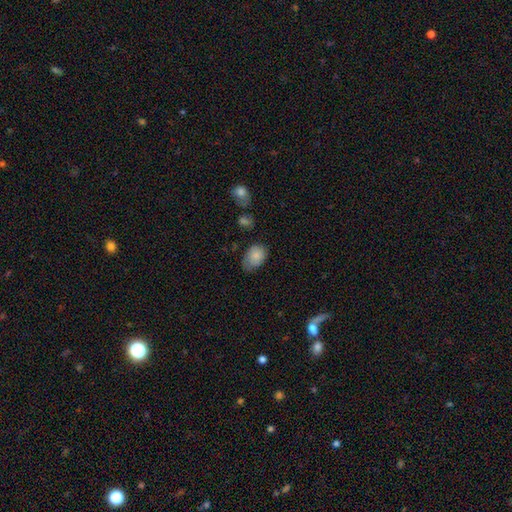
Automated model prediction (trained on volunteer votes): A smooth galaxy with no disk features (82%) that is in between round and cigar-shaped (83%). Merging: none (53%).